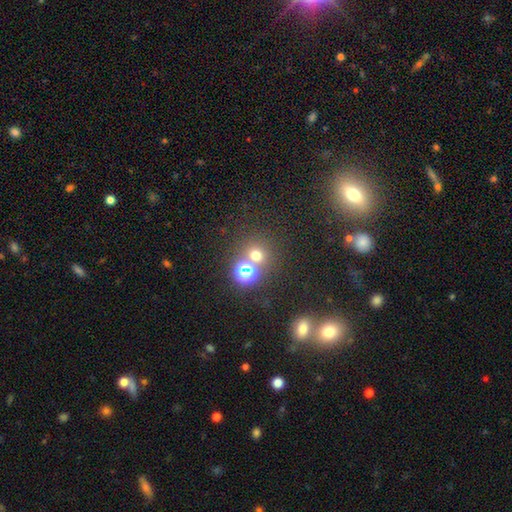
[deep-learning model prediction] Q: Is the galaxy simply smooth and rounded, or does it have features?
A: smooth — 60%.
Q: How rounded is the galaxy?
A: round — 89%.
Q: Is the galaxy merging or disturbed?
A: none — 69%.